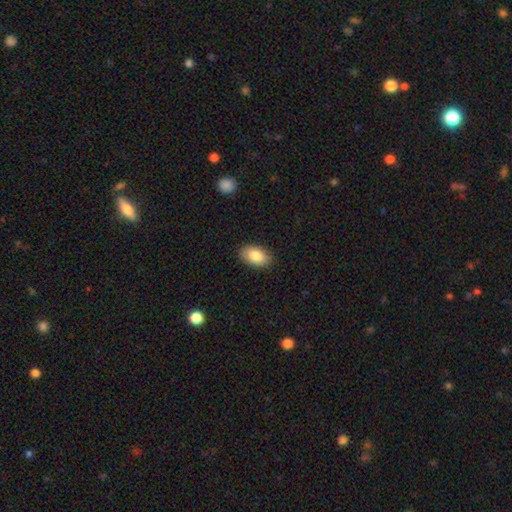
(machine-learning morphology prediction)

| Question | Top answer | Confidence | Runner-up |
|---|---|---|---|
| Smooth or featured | smooth | 84% | featured or disk (9%) |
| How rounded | in between | 93% | round (6%) |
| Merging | none | 88% | minor disturbance (9%) |